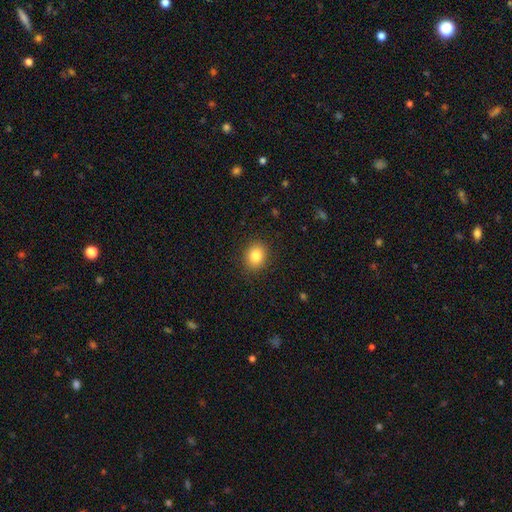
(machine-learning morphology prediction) smooth 84%, star or artifact 10%, featured or disk 6%. Down the decision tree: how rounded — round (62%); merging — none (89%).